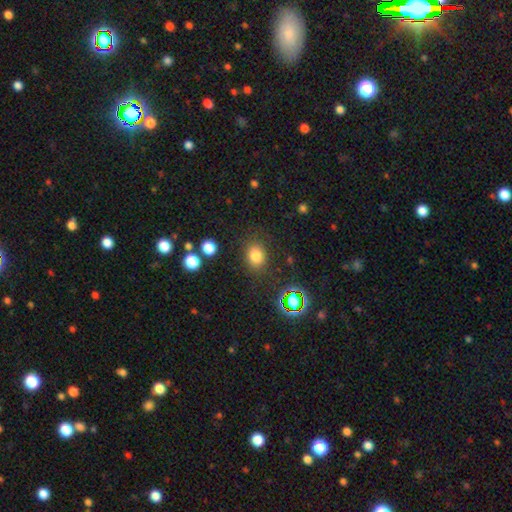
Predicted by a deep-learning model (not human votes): Morphology: type=smooth (78%); roundness=in between (51%); merging=none (81%).